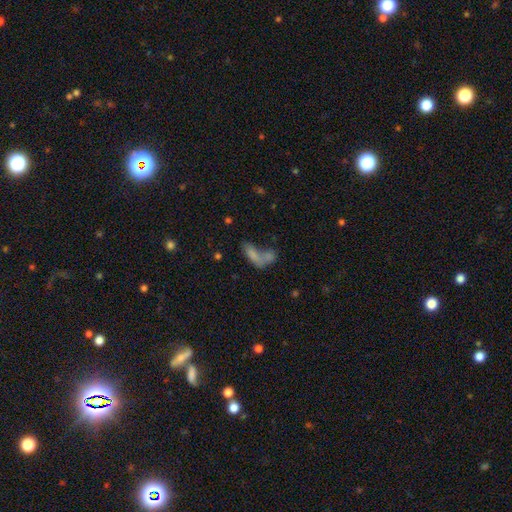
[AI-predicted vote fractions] This appears to be a smooth galaxy with no disk features (68%) that is in between round and cigar-shaped (71%). Merging: merger (59%).